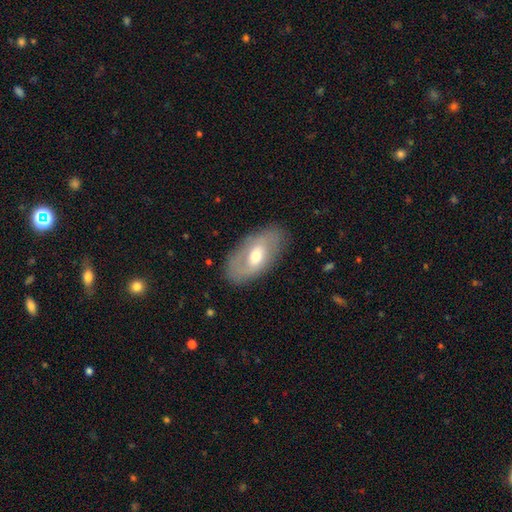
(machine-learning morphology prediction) Q: Smooth or featured?
A: featured or disk (51%); runner-up: smooth (43%)
Q: Edge-on disk?
A: no (88%); runner-up: yes (12%)
Q: Merging?
A: none (80%); runner-up: minor disturbance (14%)